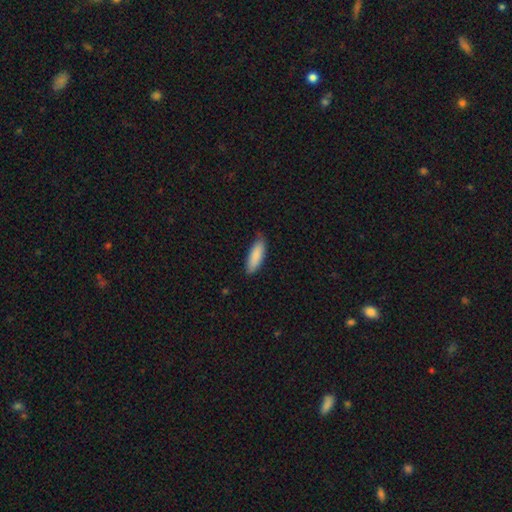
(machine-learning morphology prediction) Smooth or featured? Predicted: smooth (p=0.88). How rounded? Predicted: in between (p=0.57). Merging? Predicted: none (p=0.76).